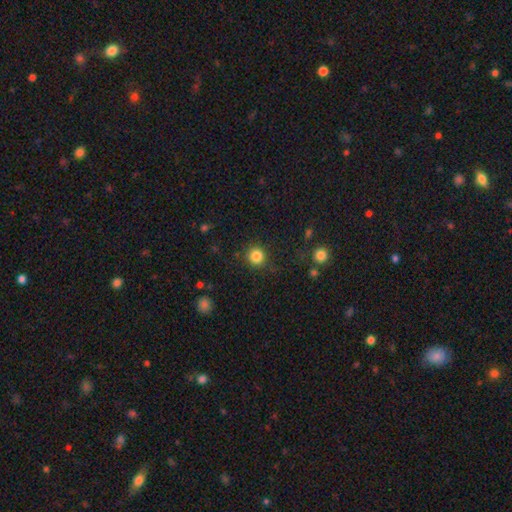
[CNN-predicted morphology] Smooth or featured?
  - smooth: 84% *
  - star or artifact: 11%
  - featured or disk: 4%
How rounded?
  - round: 93% *
  - in between: 6%
  - cigar-shaped: 1%
Merging?
  - none: 88% *
  - minor disturbance: 7%
  - major disturbance: 3%
  - merger: 2%